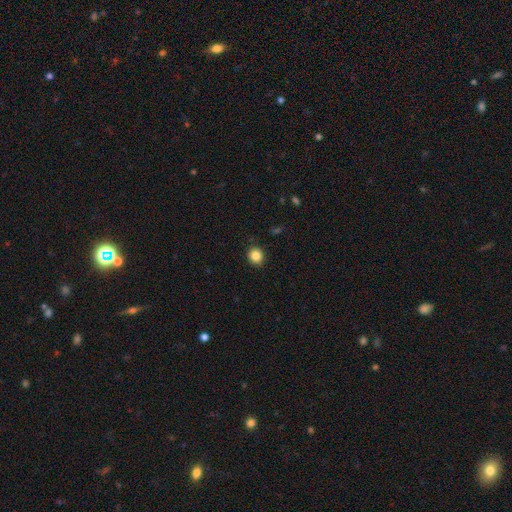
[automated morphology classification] Overall: smooth (85%). How rounded: round (85%). Merging: none (91%).